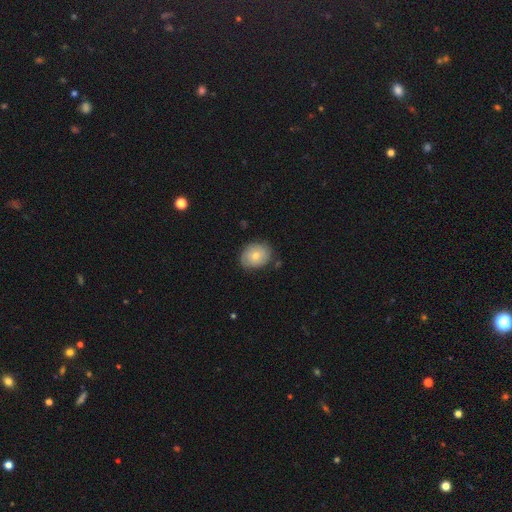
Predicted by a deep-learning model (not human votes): This is likely a smooth galaxy (69%). How rounded: possibly round (56%). Merging: likely none (74%).